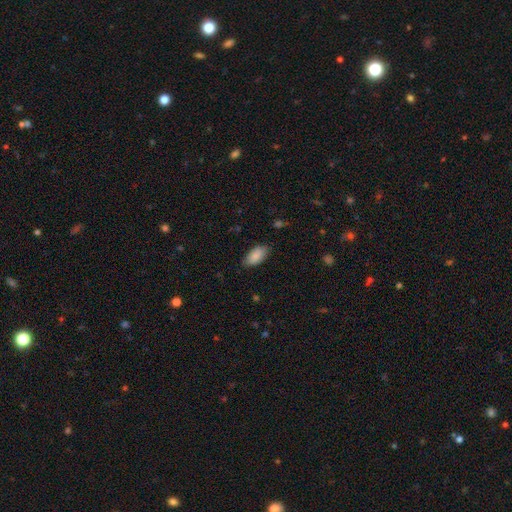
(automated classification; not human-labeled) smooth 87%, featured or disk 7%, star or artifact 6%. Down the decision tree: how rounded — in between (94%); merging — none (80%).